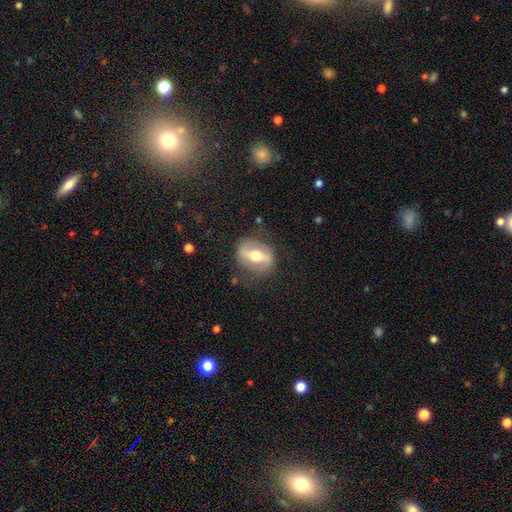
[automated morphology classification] This appears to be a featured or disk galaxy (69%) with a strong bar (70%), no spiral arms (61%) and a moderate central bulge (72%). Merging: none (78%).